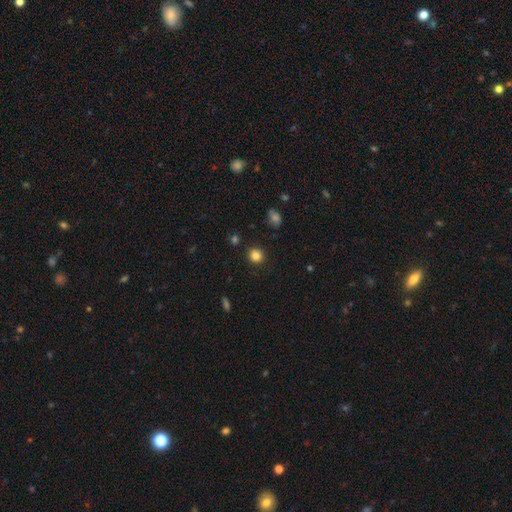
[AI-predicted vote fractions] The model was most divided on "smooth or featured": smooth: 83%, star or artifact: 12%, featured or disk: 5%. More confident: how rounded — round (90%); merging — none (89%).